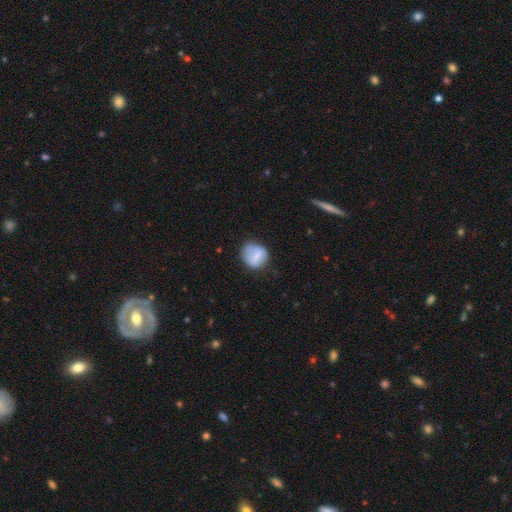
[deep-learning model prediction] Morphology: type=smooth (64%); roundness=round (72%); merging=none (69%).